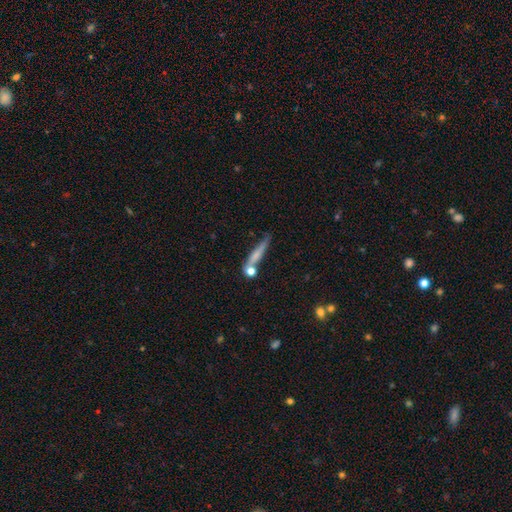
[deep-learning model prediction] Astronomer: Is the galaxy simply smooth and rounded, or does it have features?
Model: smooth — 58%.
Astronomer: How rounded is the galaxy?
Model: cigar-shaped — 84%.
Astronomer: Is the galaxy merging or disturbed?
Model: none — 57%.